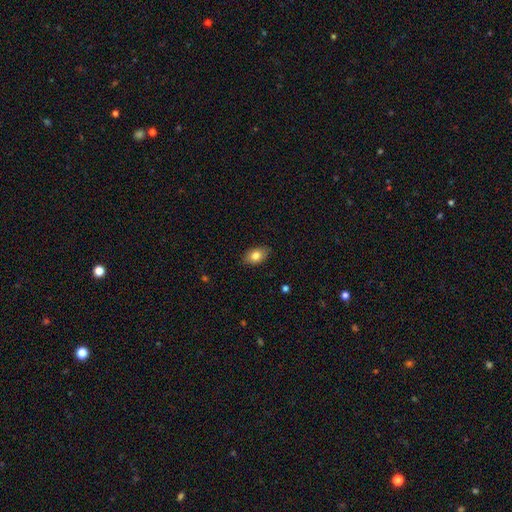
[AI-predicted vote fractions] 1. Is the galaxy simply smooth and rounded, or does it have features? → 81% smooth, 11% featured or disk, 8% star or artifact.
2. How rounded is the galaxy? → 87% in between, 12% round, 2% cigar-shaped.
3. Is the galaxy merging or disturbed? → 86% none, 11% minor disturbance, 2% major disturbance, 1% merger.